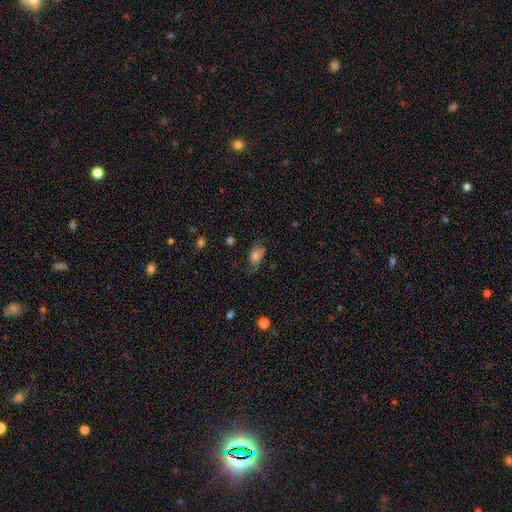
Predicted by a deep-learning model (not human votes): Q: Smooth or featured?
A: smooth (54%); runner-up: featured or disk (34%)
Q: How rounded?
A: in between (82%); runner-up: round (14%)
Q: Merging?
A: none (58%); runner-up: minor disturbance (25%)